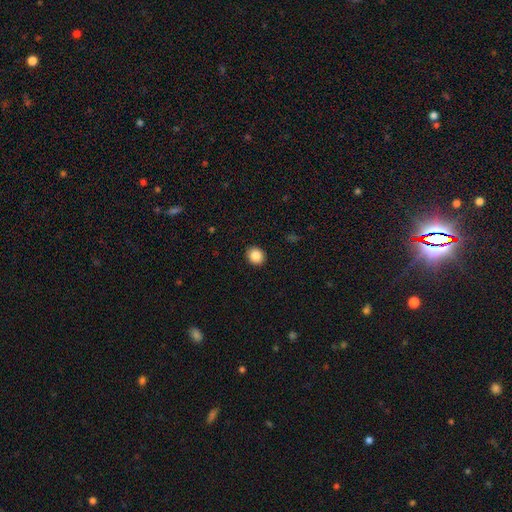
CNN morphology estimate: This appears to be a smooth galaxy with no disk features (87%) that is round (81%). Merging: none (92%).